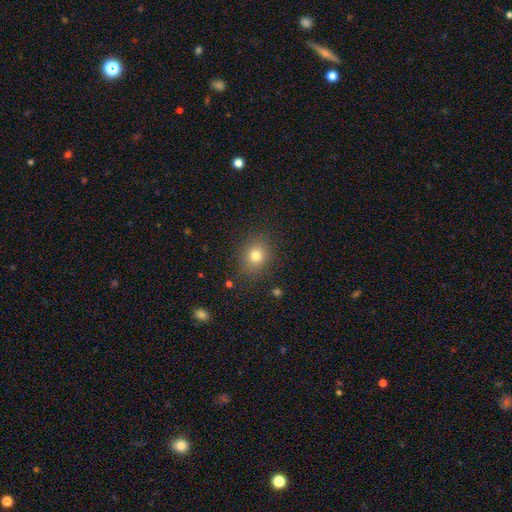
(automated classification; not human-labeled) Q: Smooth or featured?
A: smooth (78%); runner-up: star or artifact (14%)
Q: How rounded?
A: round (70%); runner-up: in between (29%)
Q: Merging?
A: none (85%); runner-up: minor disturbance (10%)